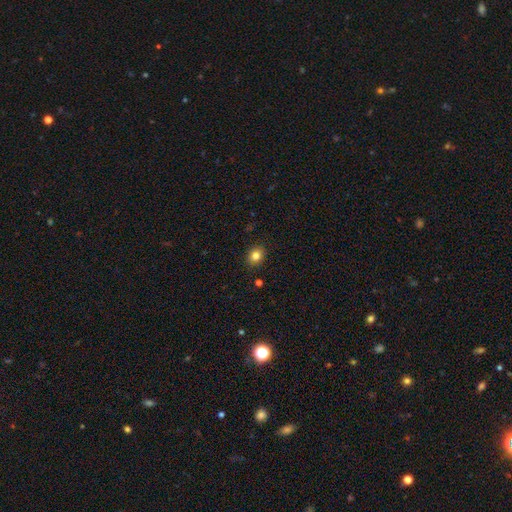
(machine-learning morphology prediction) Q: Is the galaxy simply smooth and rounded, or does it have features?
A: smooth — 83%.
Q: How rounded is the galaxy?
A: round — 54%.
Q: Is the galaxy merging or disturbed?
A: none — 89%.